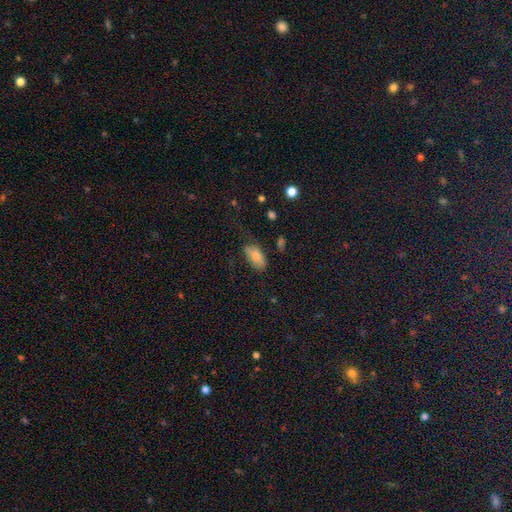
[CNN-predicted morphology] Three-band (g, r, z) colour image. It shows a smooth galaxy with no disk features (72%) that is in between round and cigar-shaped (89%). Merging: none (53%).